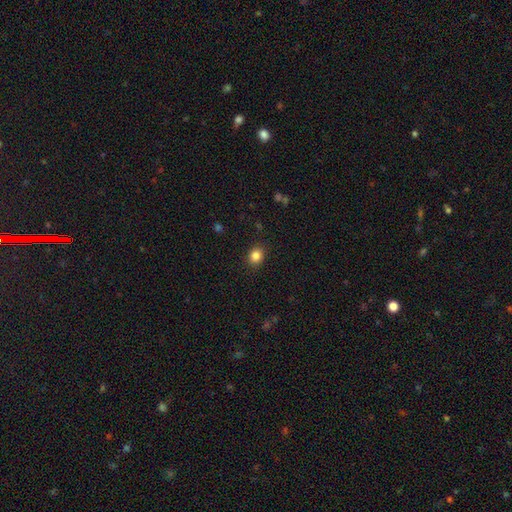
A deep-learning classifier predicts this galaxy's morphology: type=smooth (84%); roundness=round (72%); merging=none (89%).